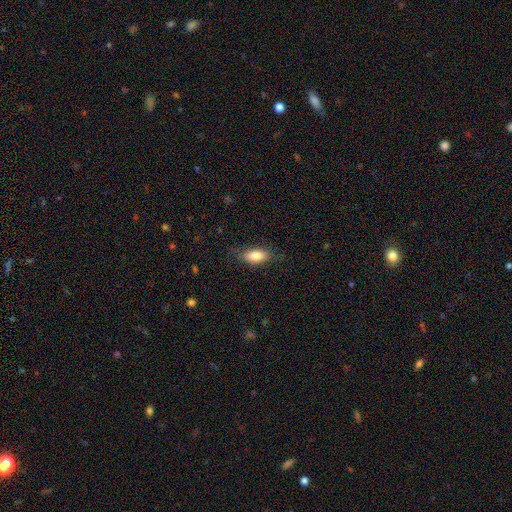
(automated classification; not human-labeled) Q: Smooth or featured?
A: smooth (79%); runner-up: featured or disk (14%)
Q: How rounded?
A: in between (80%); runner-up: cigar-shaped (17%)
Q: Merging?
A: none (78%); runner-up: minor disturbance (16%)